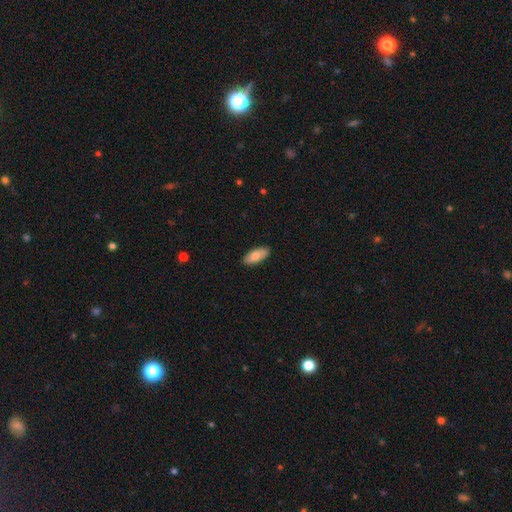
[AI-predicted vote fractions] Smooth or featured: smooth — 82% (featured or disk — 12%)
How rounded: in between — 86% (cigar-shaped — 12%)
Merging: none — 88% (minor disturbance — 9%)